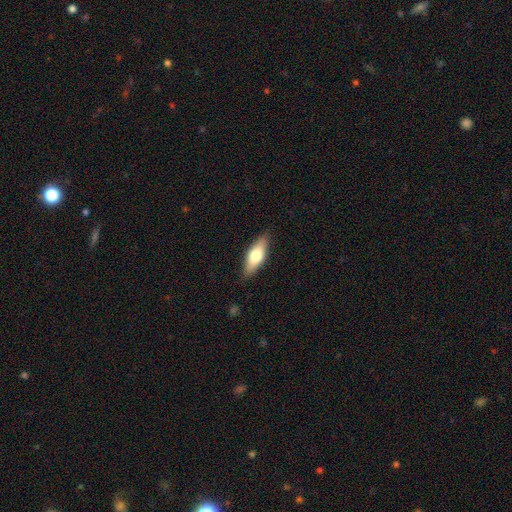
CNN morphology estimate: Overall: smooth (65%; featured or disk 29%). How rounded: in between (65%; cigar-shaped 33%). Merging: none (86%).